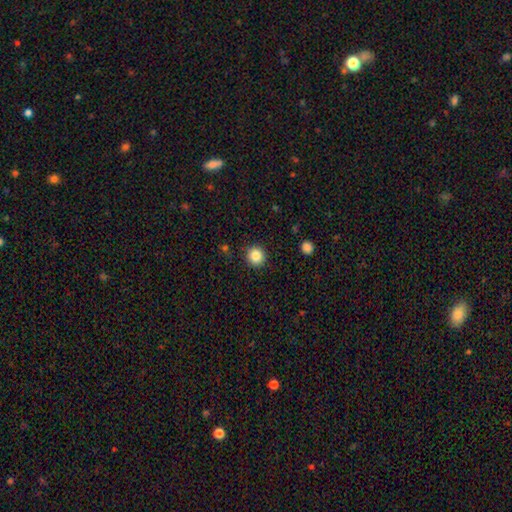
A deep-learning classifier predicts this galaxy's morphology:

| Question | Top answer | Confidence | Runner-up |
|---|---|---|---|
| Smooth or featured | smooth | 85% | star or artifact (10%) |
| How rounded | round | 94% | in between (5%) |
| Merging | none | 91% | minor disturbance (6%) |